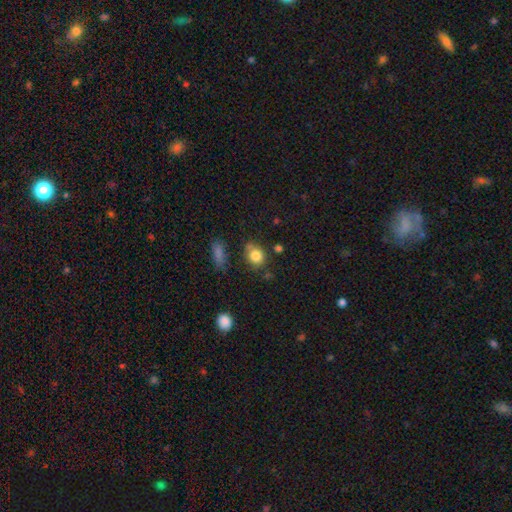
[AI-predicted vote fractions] This appears to be a smooth galaxy with no disk features (83%) that is round (68%). Merging: none (69%).